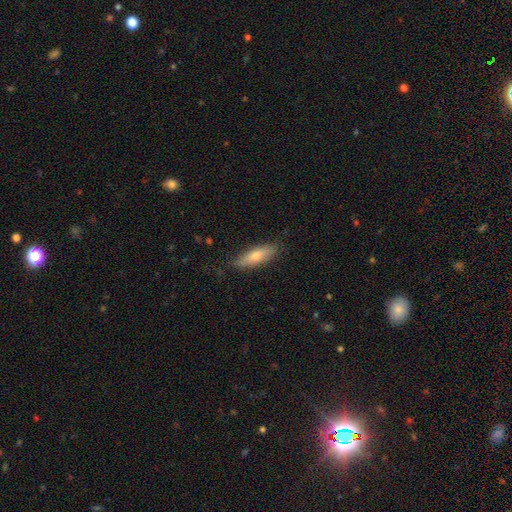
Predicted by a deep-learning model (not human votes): Smooth or featured: smooth — 64% (featured or disk — 30%)
How rounded: cigar-shaped — 61% (in between — 37%)
Merging: none — 82% (minor disturbance — 15%)